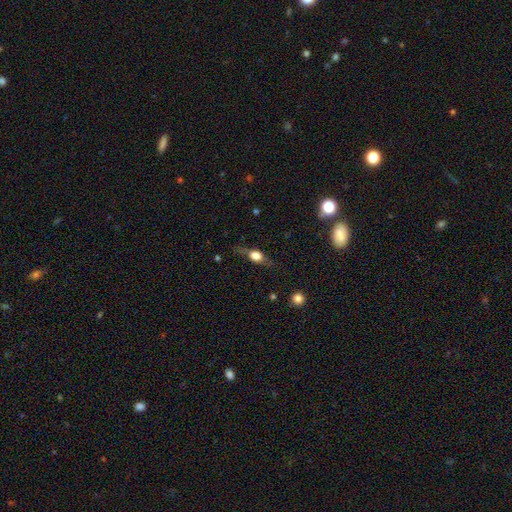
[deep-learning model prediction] smooth 51%, featured or disk 39%, star or artifact 10%. Down the decision tree: how rounded — in between (56%); merging — none (65%).